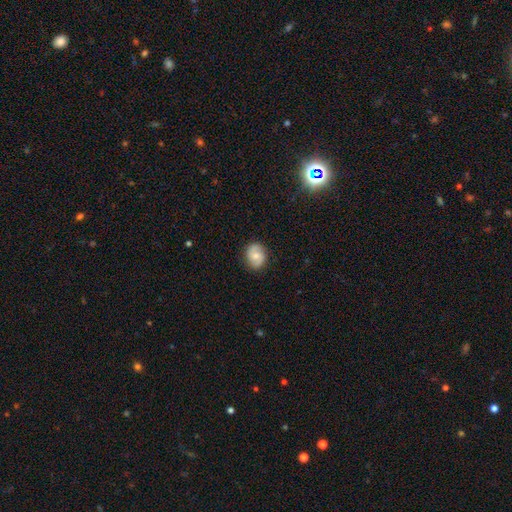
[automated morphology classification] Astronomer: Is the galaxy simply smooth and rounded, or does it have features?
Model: featured or disk — 48% (runner-up: smooth, 44%).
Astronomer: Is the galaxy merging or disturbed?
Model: none — 82%.